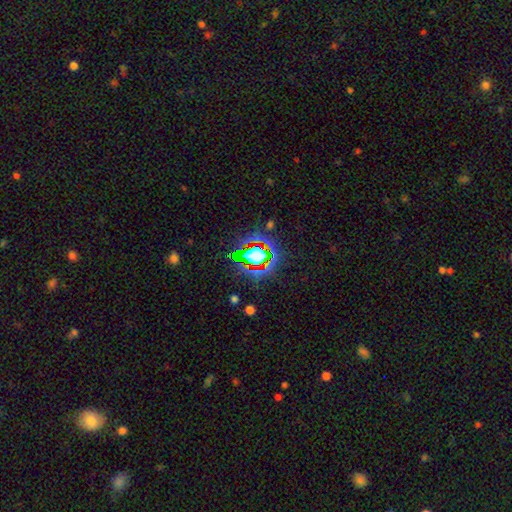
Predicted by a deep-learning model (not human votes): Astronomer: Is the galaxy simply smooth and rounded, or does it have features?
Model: star or artifact — 60%.